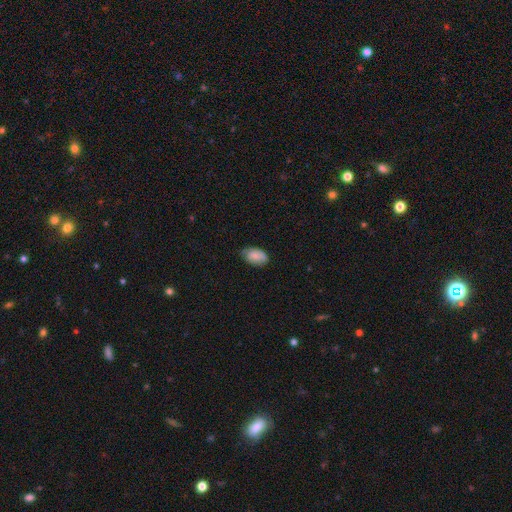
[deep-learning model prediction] This appears to be a smooth galaxy with no disk features (77%) that is in between round and cigar-shaped (92%). Merging: none (63%).